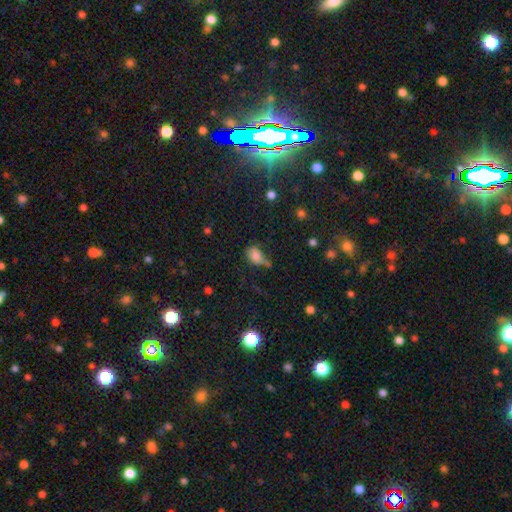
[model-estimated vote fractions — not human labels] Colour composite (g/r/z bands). It shows a smooth galaxy with no disk features (72%) that is in between round and cigar-shaped (79%). Merging: minor disturbance (34%).